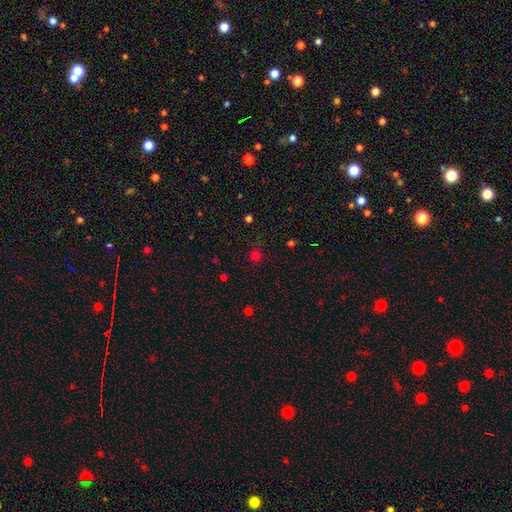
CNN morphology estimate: The model was most divided on "smooth or featured": smooth: 63%, star or artifact: 32%, featured or disk: 5%. More confident: how rounded — round (83%); merging — none (77%).